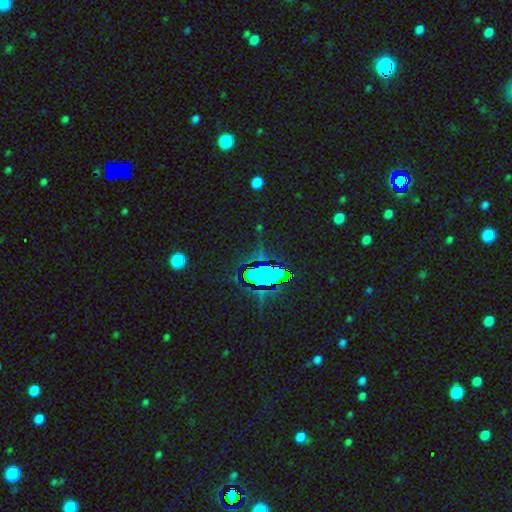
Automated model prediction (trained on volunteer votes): smooth-or-featured: star or artifact: 81% | smooth: 11% | featured or disk: 8%